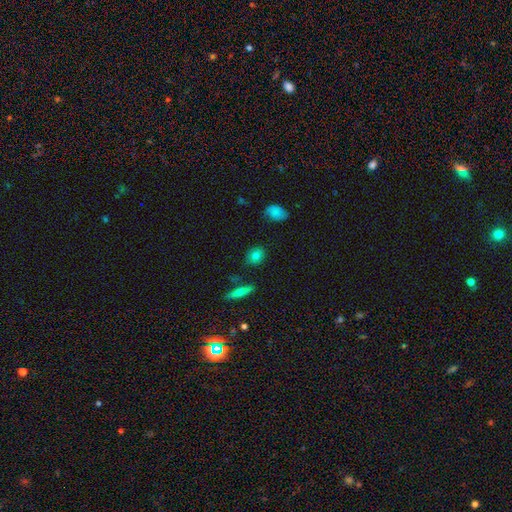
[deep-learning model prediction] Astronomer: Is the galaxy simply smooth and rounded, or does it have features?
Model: smooth — 78%.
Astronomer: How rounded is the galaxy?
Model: round — 55% (runner-up: in between, 43%).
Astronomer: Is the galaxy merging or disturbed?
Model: none — 82%.